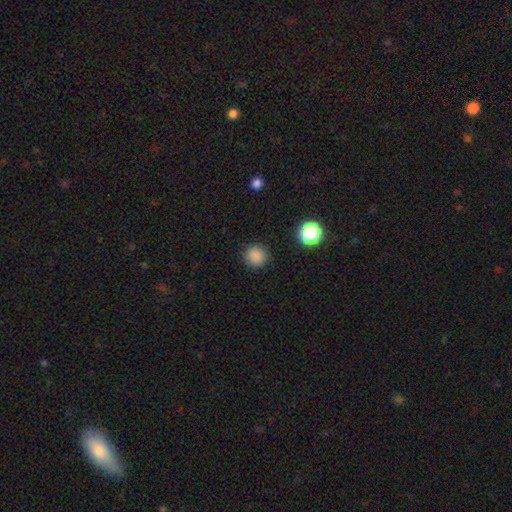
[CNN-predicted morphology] Q: Smooth or featured?
A: smooth (85%); runner-up: star or artifact (12%)
Q: How rounded?
A: round (94%); runner-up: in between (5%)
Q: Merging?
A: none (90%); runner-up: minor disturbance (6%)